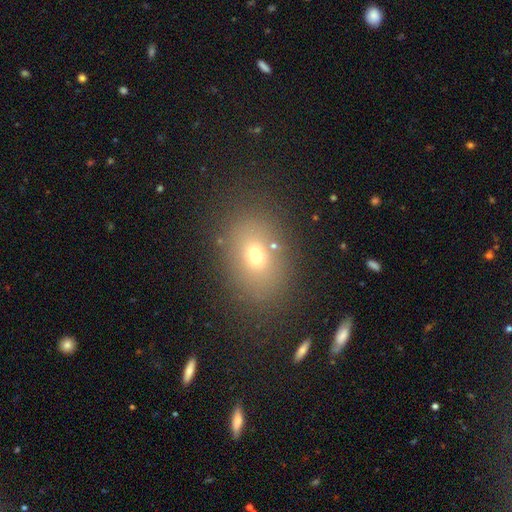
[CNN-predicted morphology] A smooth galaxy with no disk features (67%) that is in between round and cigar-shaped (64%). Merging: none (80%).